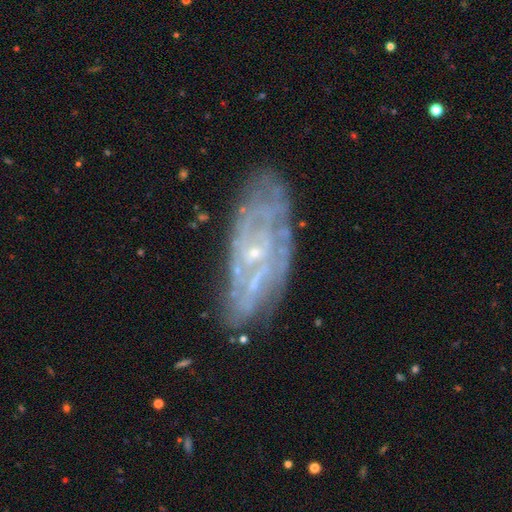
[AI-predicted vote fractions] Smooth or featured? featured or disk (77%)
Edge-on disk? no (87%)
Bar? no (62%)
Spiral arms? yes (75%)
Spiral winding? tight (60%)
Spiral arm count? can't tell (56%)
Bulge size? small (80%)
Merging? none (72%)